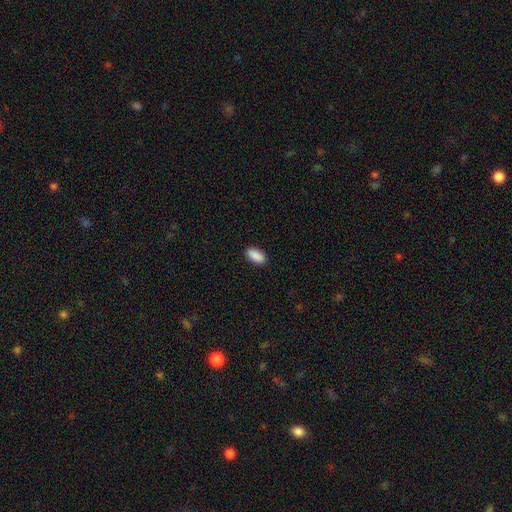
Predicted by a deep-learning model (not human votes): Overall: smooth (91%). How rounded: in between (92%). Merging: none (90%).